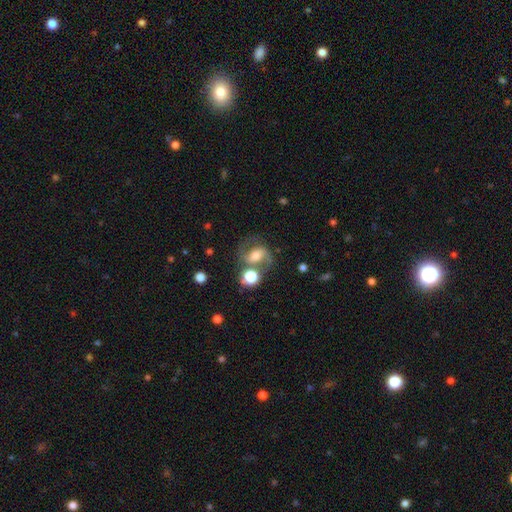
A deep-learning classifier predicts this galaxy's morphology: smooth-or-featured: featured or disk: 64% | smooth: 26% | star or artifact: 10%
  disk-edge-on: no: 96% | yes: 4%
    bar: weak: 40% | strong: 34% | no: 26%
    has-spiral-arms: yes: 87% | no: 13%
      spiral-winding: medium: 55% | loose: 29% | tight: 15%
      spiral-arm-count: 2: 89% | can't tell: 5% | 1: 4% | 3: 1% | 4: 1% | more than 4: 1%
    bulge-size: moderate: 52% | small: 22% | large: 19% | none: 4% | dominant: 3%
  merging: none: 58% | merger: 17% | minor disturbance: 15% | major disturbance: 10%